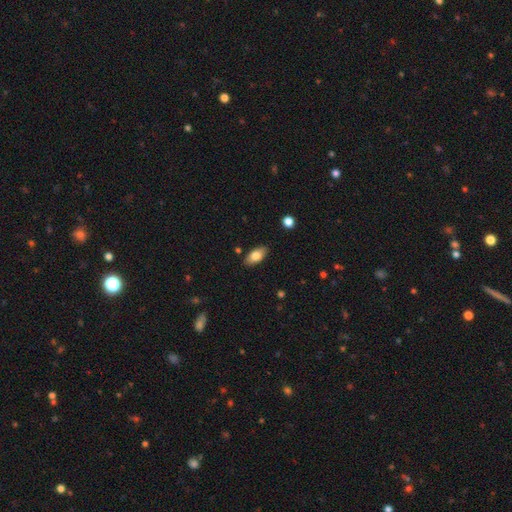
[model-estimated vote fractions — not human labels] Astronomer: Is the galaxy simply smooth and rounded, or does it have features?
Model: smooth — 78%.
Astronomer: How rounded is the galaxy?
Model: in between — 91%.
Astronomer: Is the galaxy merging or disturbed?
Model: none — 87%.